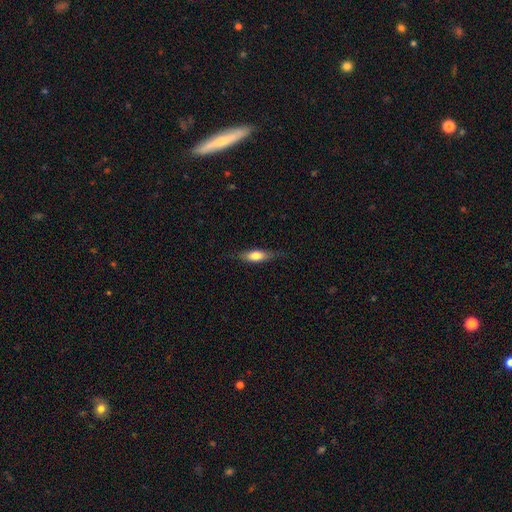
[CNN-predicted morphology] A smooth galaxy with no disk features (67%) that is in between round and cigar-shaped (55%). Merging: none (75%).